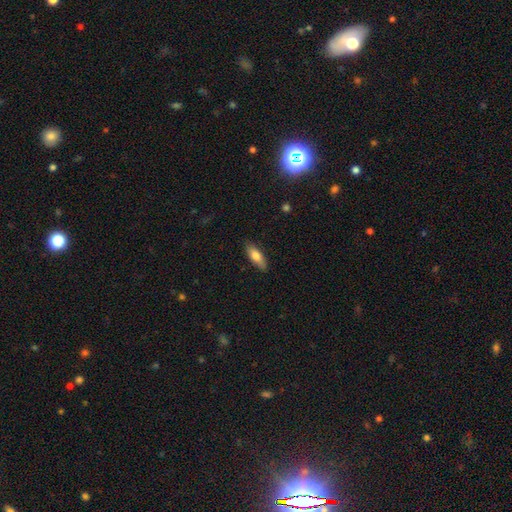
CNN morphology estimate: smooth_or_featured: smooth (p=0.75) [alt: featured or disk p=0.19]
how_rounded: in between (p=0.64) [alt: cigar-shaped p=0.34]
merging: none (p=0.85) [alt: minor disturbance p=0.11]